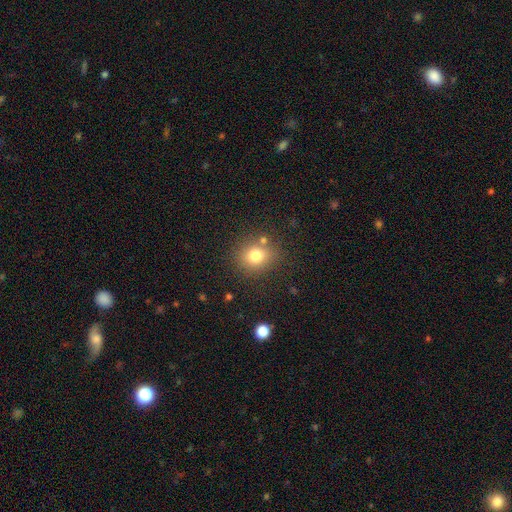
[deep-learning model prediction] smooth-or-featured: smooth: 77% | star or artifact: 13% | featured or disk: 10%
  how-rounded: round: 75% | in between: 24% | cigar-shaped: 1%
  merging: none: 76% | minor disturbance: 11% | merger: 8% | major disturbance: 4%